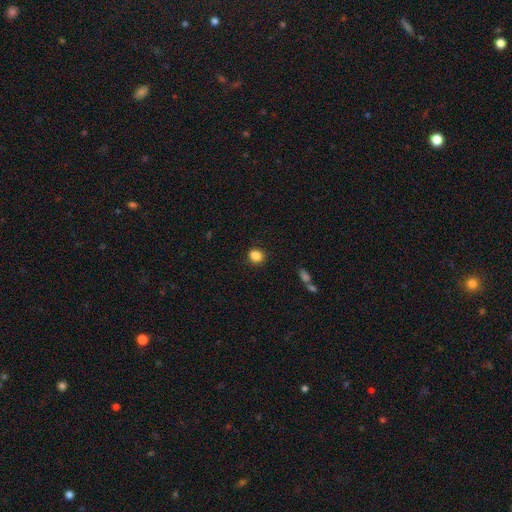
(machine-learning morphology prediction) This appears to be a smooth galaxy with no disk features (86%) that is round (60%). Merging: none (84%).